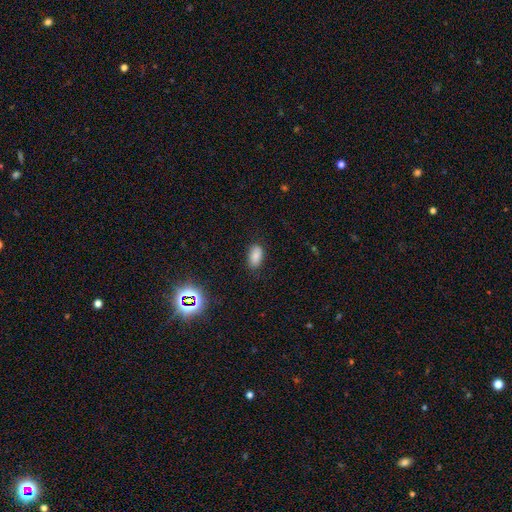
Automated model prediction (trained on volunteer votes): This is clearly a smooth galaxy (82%). How rounded: clearly in between (93%). Merging: clearly none (81%).